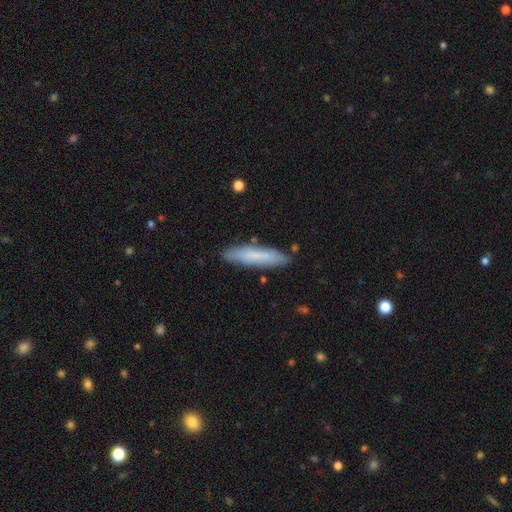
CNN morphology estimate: Smooth or featured: smooth — 75% (featured or disk — 19%)
How rounded: cigar-shaped — 84% (in between — 15%)
Merging: none — 85% (minor disturbance — 11%)